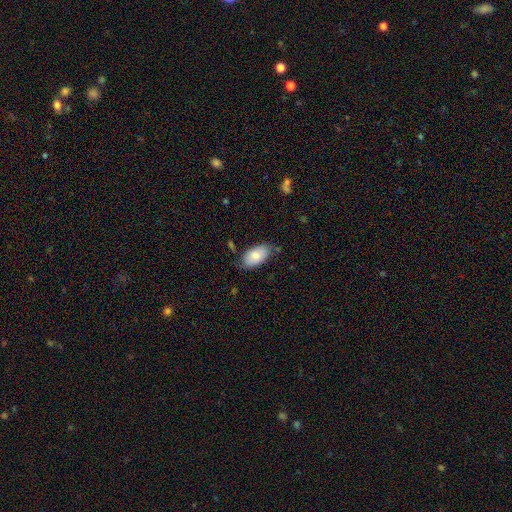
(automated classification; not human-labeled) This appears to be a smooth galaxy with no disk features (78%) that is in between round and cigar-shaped (94%). Merging: none (72%).